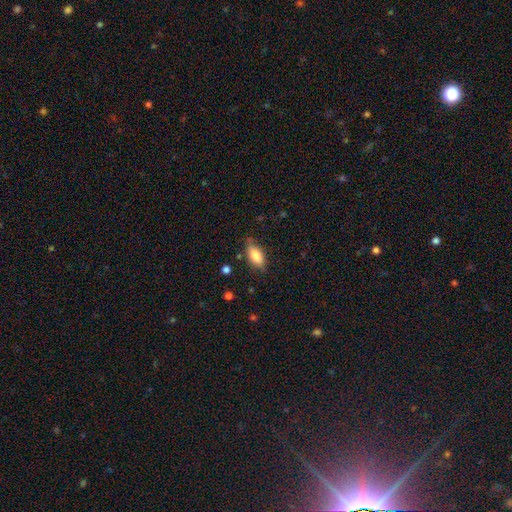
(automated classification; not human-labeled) The model was most divided on "merging": none: 74%, minor disturbance: 20%, major disturbance: 4%, merger: 2%. More confident: how rounded — in between (83%); smooth or featured — smooth (80%).